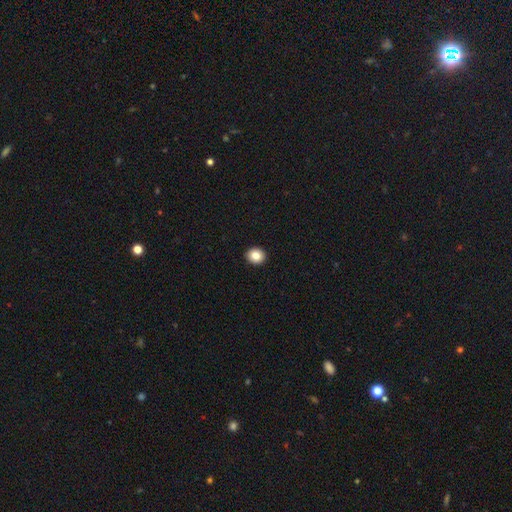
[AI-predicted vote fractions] smooth 85%, star or artifact 9%, featured or disk 6%. Down the decision tree: how rounded — round (79%); merging — none (93%).